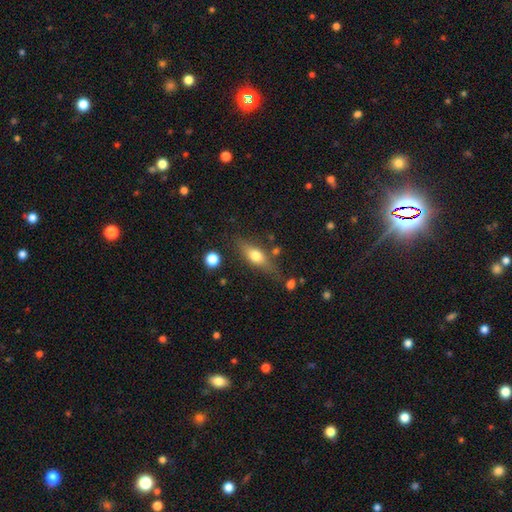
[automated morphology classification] Smooth or featured: smooth — 55% (featured or disk — 37%)
How rounded: in between — 53% (cigar-shaped — 41%)
Merging: none — 70% (minor disturbance — 19%)